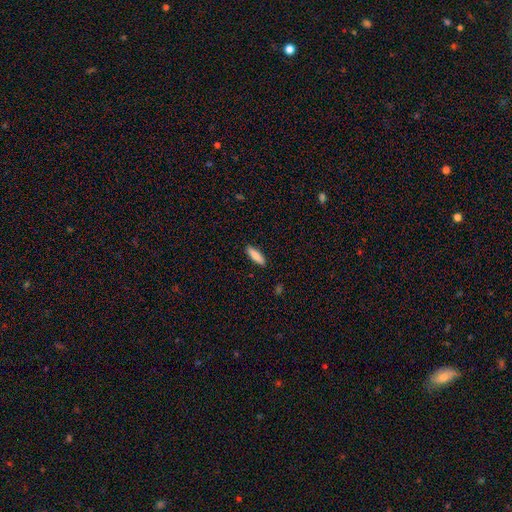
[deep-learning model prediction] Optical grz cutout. It shows a smooth galaxy with no disk features (86%) that is cigar-shaped (60%). Merging: none (89%).